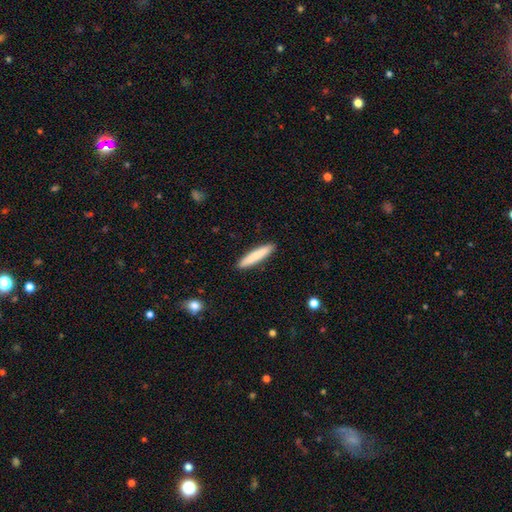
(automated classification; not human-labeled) Smooth or featured: smooth — 82% (featured or disk — 12%)
How rounded: cigar-shaped — 90% (in between — 9%)
Merging: none — 91% (minor disturbance — 6%)